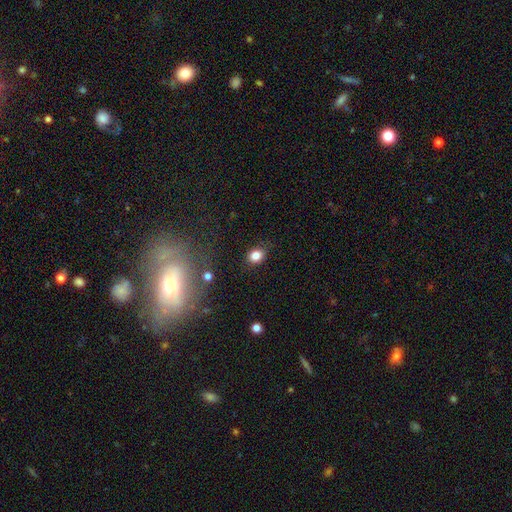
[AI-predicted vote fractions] The model was most divided on "how rounded": in between: 53%, round: 45%, cigar-shaped: 1%. More confident: merging — none (85%); smooth or featured — smooth (82%).